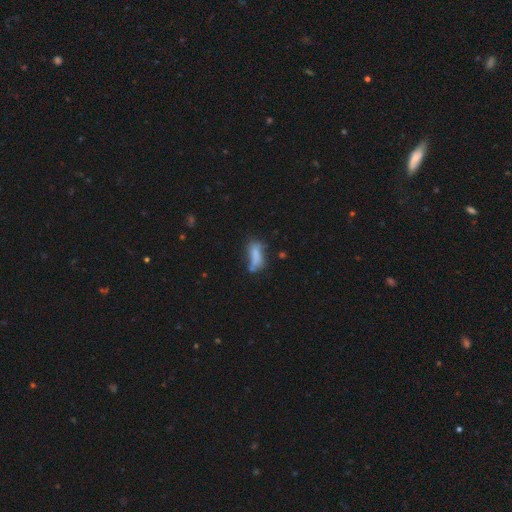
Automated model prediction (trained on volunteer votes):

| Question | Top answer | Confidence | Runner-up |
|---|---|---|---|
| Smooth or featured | smooth | 69% | featured or disk (20%) |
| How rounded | in between | 71% | cigar-shaped (26%) |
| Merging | none | 37% | minor disturbance (28%) |